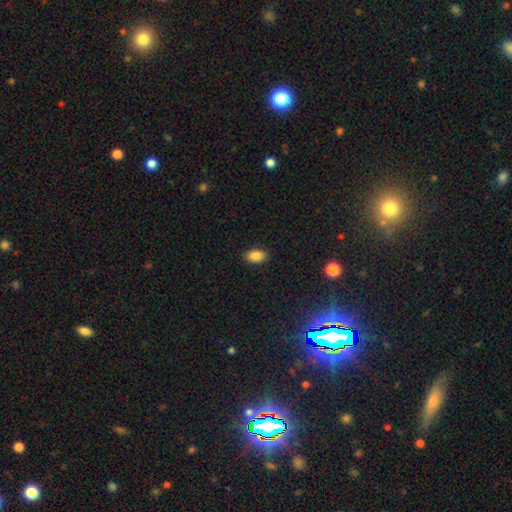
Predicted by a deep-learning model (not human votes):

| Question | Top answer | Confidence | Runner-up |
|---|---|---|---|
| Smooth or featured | smooth | 86% | star or artifact (9%) |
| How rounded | in between | 90% | round (8%) |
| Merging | none | 89% | minor disturbance (8%) |